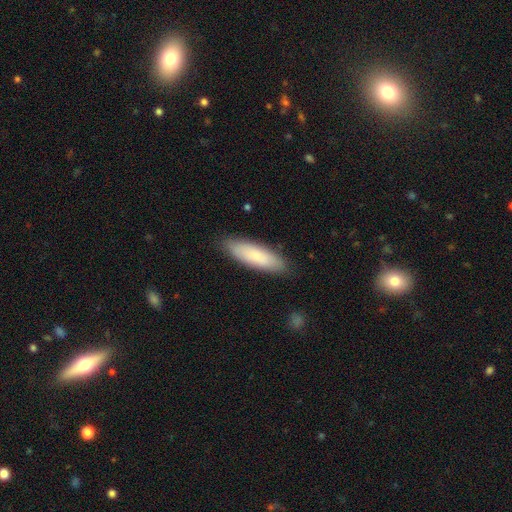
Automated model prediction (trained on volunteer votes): A smooth galaxy with no disk features (81%) that is cigar-shaped (52%).

Vote fractions:
- Smooth or featured? smooth: 81% / featured or disk: 14% / star or artifact: 6%
- How rounded? cigar-shaped: 52% / in between: 46% / round: 1%
- Merging? none: 87% / minor disturbance: 10% / major disturbance: 2% / merger: 1%